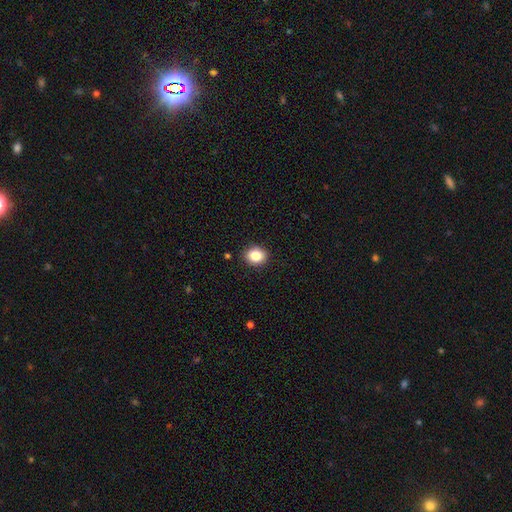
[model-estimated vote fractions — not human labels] Smooth or featured? smooth (85%)
How rounded? round (60%)
Merging? none (90%)